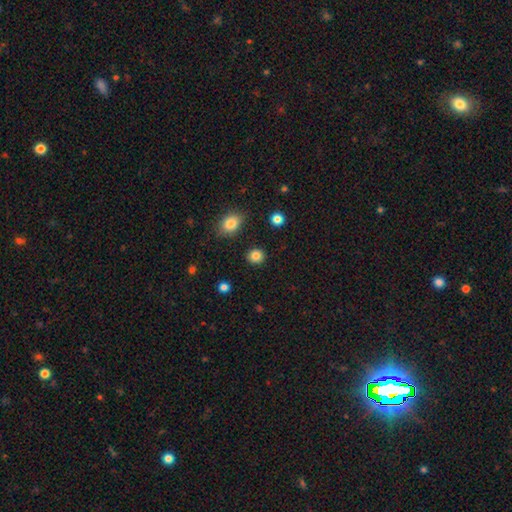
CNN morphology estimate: Smooth or featured?
  - smooth: 84% *
  - star or artifact: 11%
  - featured or disk: 5%
How rounded?
  - round: 85% *
  - in between: 14%
  - cigar-shaped: 1%
Merging?
  - none: 90% *
  - minor disturbance: 6%
  - major disturbance: 2%
  - merger: 2%